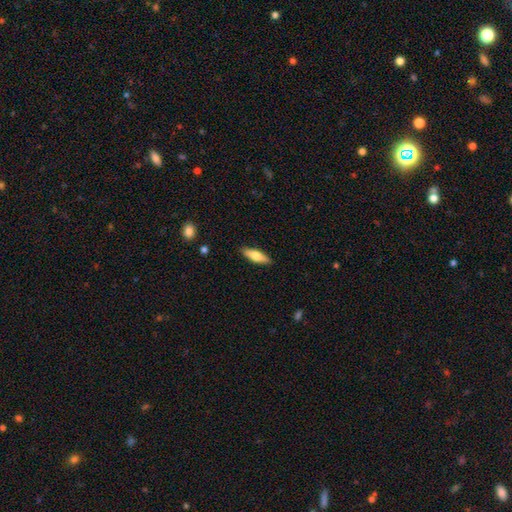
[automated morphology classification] Smooth or featured? smooth (65%)
How rounded? cigar-shaped (53%)
Merging? none (88%)